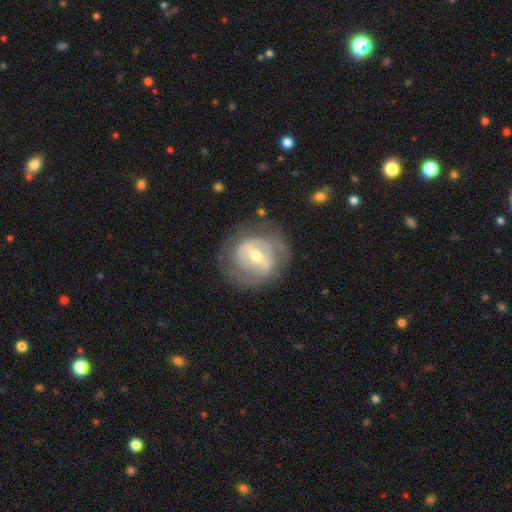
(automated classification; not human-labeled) Morphology: type=featured or disk (79%); edge-on=no (96%); bar=strong (43%); spiral arms=yes (77%); winding=tight (53%); arm count=2 (54%); bulge=moderate (62%); merging=none (71%).